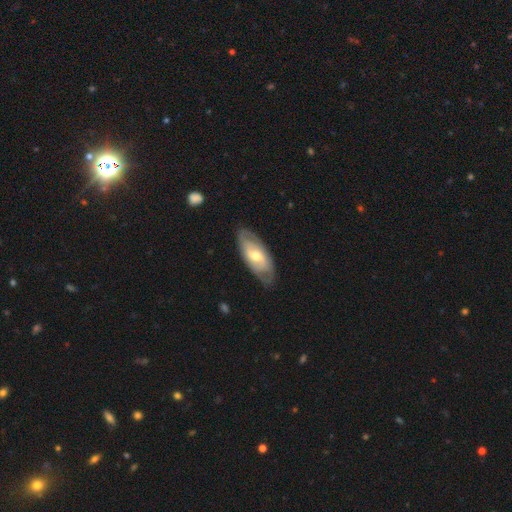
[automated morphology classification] featured or disk 63%, smooth 32%, star or artifact 5%. Down the decision tree: edge-on disk — no (86%); bar — no (53%); spiral arms — yes (68%); bulge size — moderate (65%); merging — none (77%).